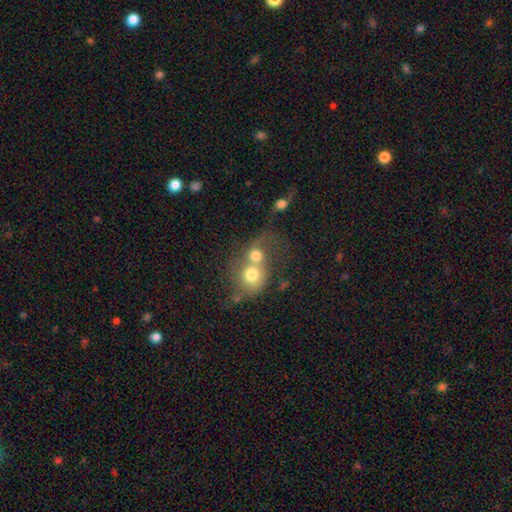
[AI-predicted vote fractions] The model was most divided on "smooth or featured": smooth: 65%, featured or disk: 24%, star or artifact: 11%. More confident: how rounded — round (72%); merging — merger (72%).